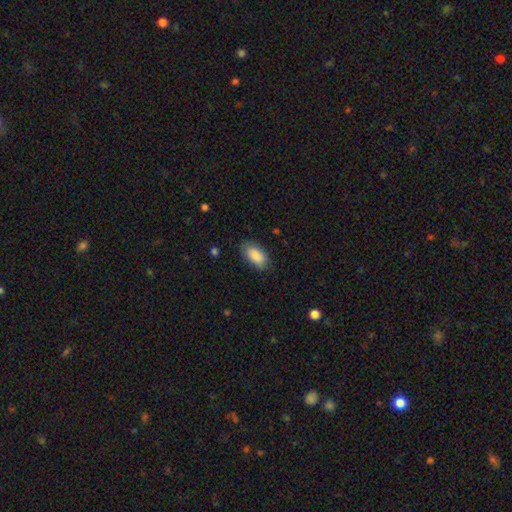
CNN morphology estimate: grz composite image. It shows a smooth galaxy with no disk features (88%) that is in between round and cigar-shaped (93%). Merging: none (81%).